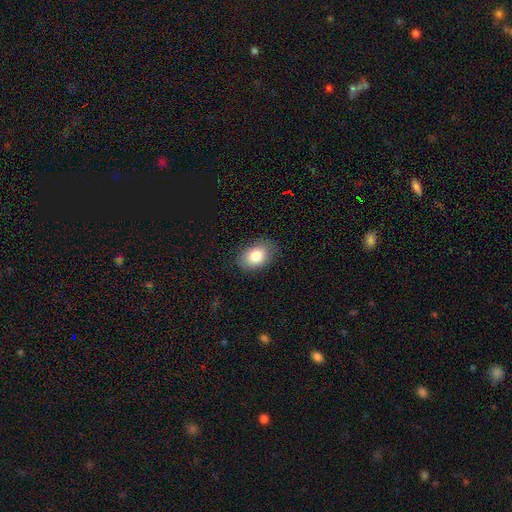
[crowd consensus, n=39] A smooth galaxy with no disk features (87%) that is in between round and cigar-shaped (85%). Merging: none (76%).